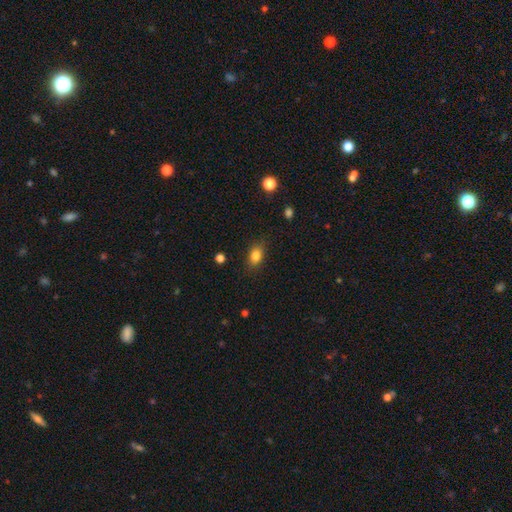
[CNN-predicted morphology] smooth_or_featured: smooth (p=0.83) [alt: star or artifact p=0.10]
how_rounded: in between (p=0.79) [alt: round p=0.19]
merging: none (p=0.83) [alt: minor disturbance p=0.12]